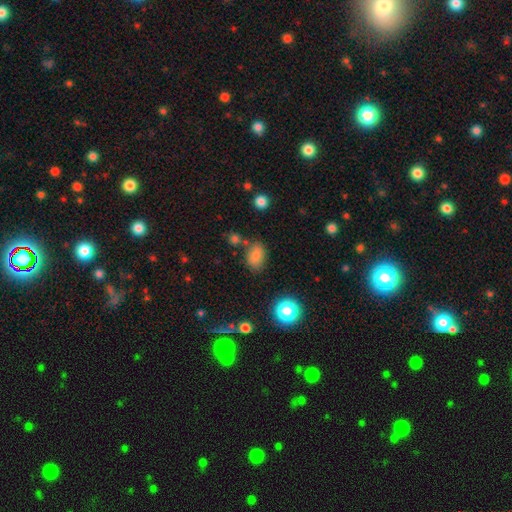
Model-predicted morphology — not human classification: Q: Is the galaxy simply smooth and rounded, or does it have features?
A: smooth — 82%.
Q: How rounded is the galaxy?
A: in between — 83%.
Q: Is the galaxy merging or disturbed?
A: none — 73%.